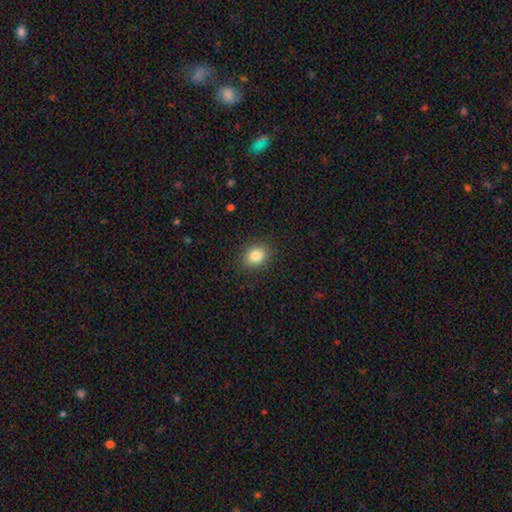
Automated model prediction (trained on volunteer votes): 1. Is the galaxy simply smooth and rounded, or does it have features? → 84% smooth, 10% star or artifact, 6% featured or disk.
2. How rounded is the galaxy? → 53% round, 46% in between, 1% cigar-shaped.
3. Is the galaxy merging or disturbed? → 89% none, 8% minor disturbance, 2% major disturbance, 1% merger.